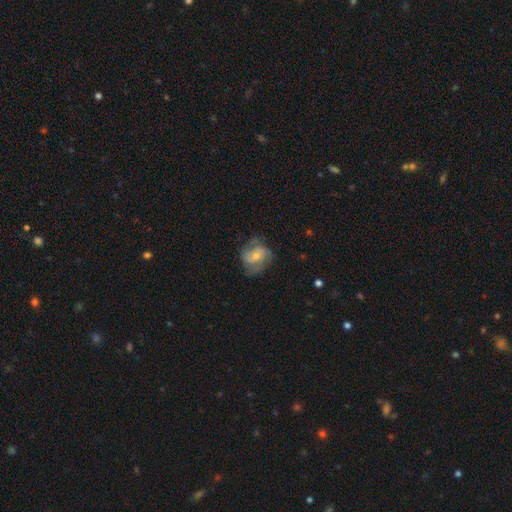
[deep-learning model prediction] smooth-or-featured: featured or disk: 62% | smooth: 31% | star or artifact: 7%
  disk-edge-on: no: 97% | yes: 3%
    bar: no: 61% | weak: 31% | strong: 8%
    has-spiral-arms: yes: 84% | no: 16%
      spiral-winding: medium: 46% | tight: 31% | loose: 22%
      spiral-arm-count: 2: 52% | can't tell: 21% | 3: 17% | 1: 4% | 4: 4% | more than 4: 2%
    bulge-size: small: 53% | moderate: 41% | large: 3% | none: 3% | dominant: 1%
  merging: none: 56% | minor disturbance: 25% | major disturbance: 16% | merger: 2%